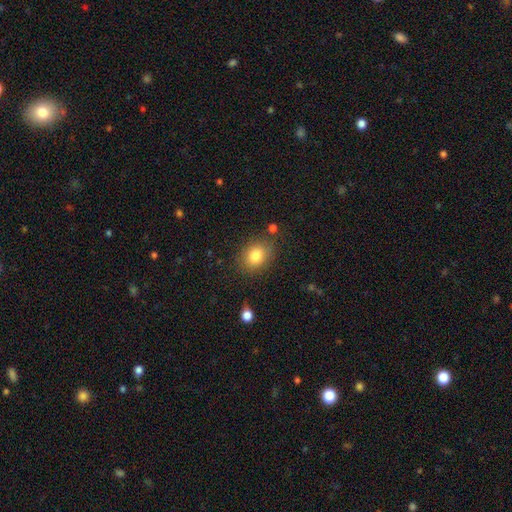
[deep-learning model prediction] smooth_or_featured: smooth (p=0.81) [alt: star or artifact p=0.10]
how_rounded: in between (p=0.52) [alt: round p=0.47]
merging: none (p=0.81) [alt: minor disturbance p=0.12]